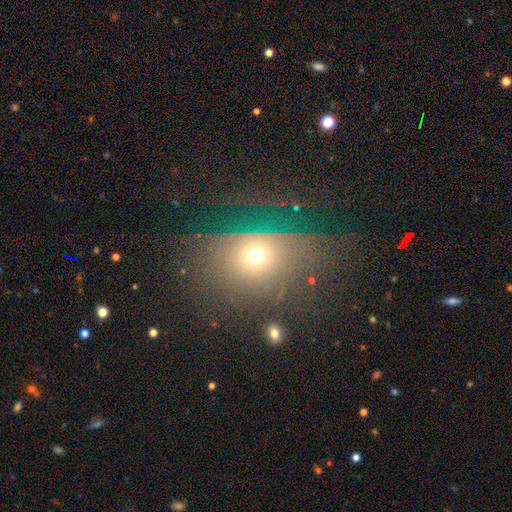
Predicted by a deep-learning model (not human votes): Smooth or featured? smooth (57%)
How rounded? round (59%)
Merging? none (46%)